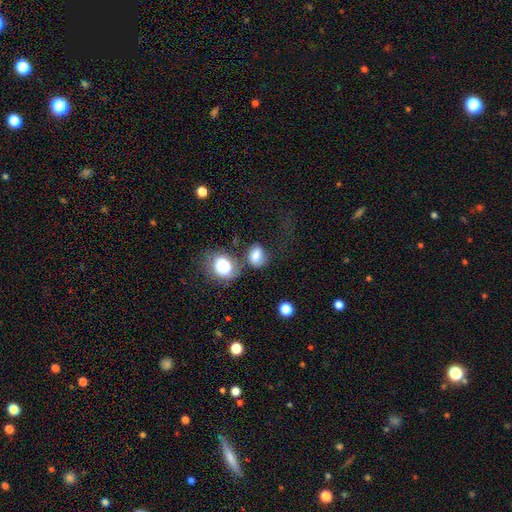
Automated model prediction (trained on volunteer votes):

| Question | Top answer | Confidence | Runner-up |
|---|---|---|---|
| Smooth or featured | smooth | 77% | featured or disk (13%) |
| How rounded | in between | 60% | round (39%) |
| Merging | none | 39% | merger (30%) |